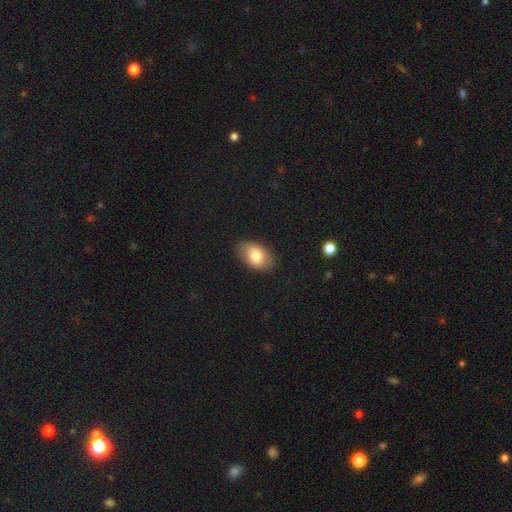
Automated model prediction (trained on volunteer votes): The model was most divided on "smooth or featured": smooth: 80%, featured or disk: 13%, star or artifact: 7%. More confident: how rounded — in between (90%); merging — none (82%).